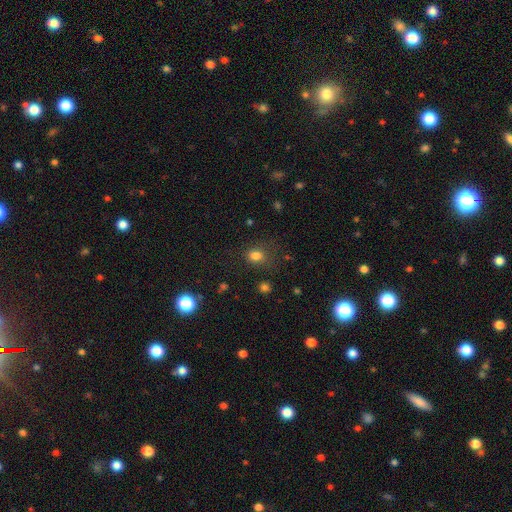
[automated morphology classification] A smooth galaxy with no disk features (79%) that is round (51%). Merging: none (71%).